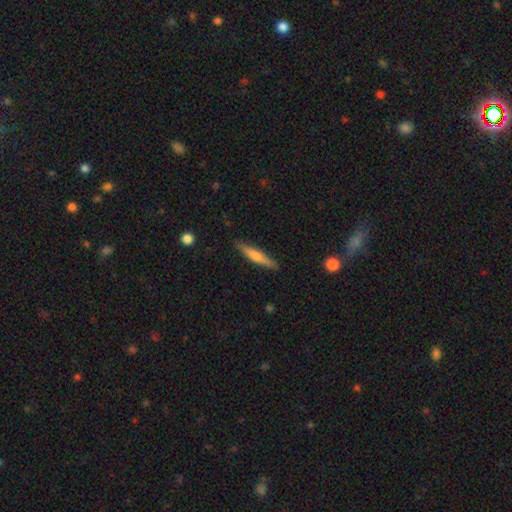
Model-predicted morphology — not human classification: smooth-or-featured: smooth: 57% | featured or disk: 38% | star or artifact: 6%
  how-rounded: cigar-shaped: 91% | in between: 8% | round: 2%
  merging: none: 89% | minor disturbance: 8% | major disturbance: 2% | merger: 1%